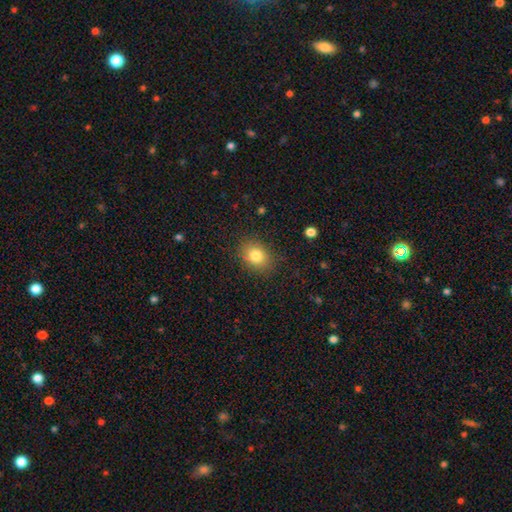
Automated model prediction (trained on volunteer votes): Morphology: type=smooth (82%); roundness=in between (50%); merging=none (85%).